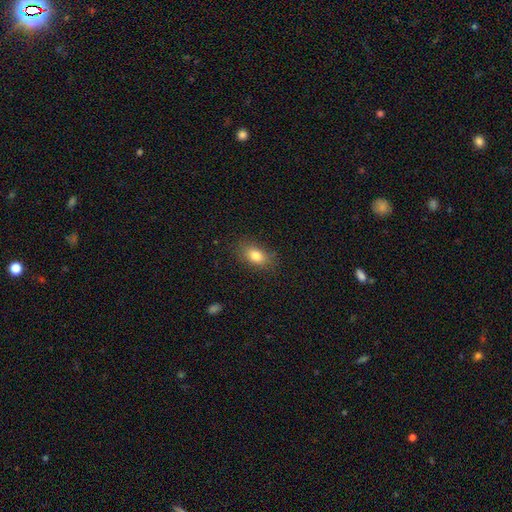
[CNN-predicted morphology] Smooth or featured? smooth (82%)
How rounded? in between (84%)
Merging? none (82%)